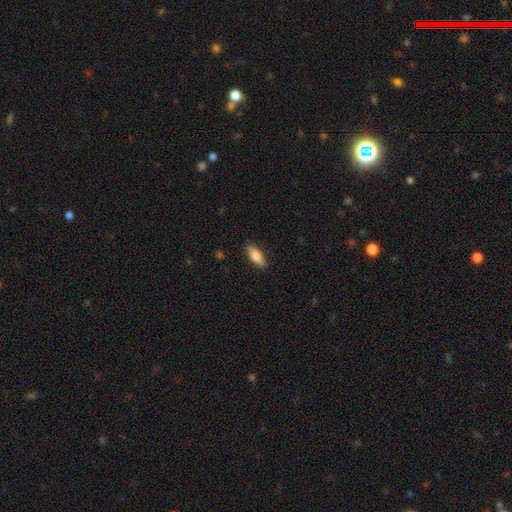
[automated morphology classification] This is likely a smooth galaxy (78%). How rounded: likely in between (69%). Merging: clearly none (88%).